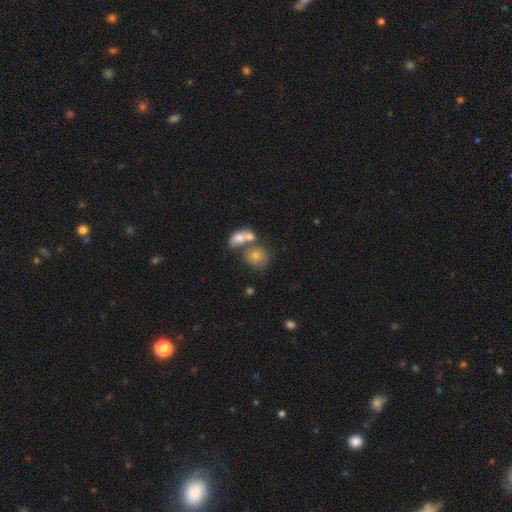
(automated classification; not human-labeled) Smooth or featured? Predicted: smooth (p=0.72). How rounded? Predicted: round (p=0.68). Merging? Predicted: merger (p=0.50).